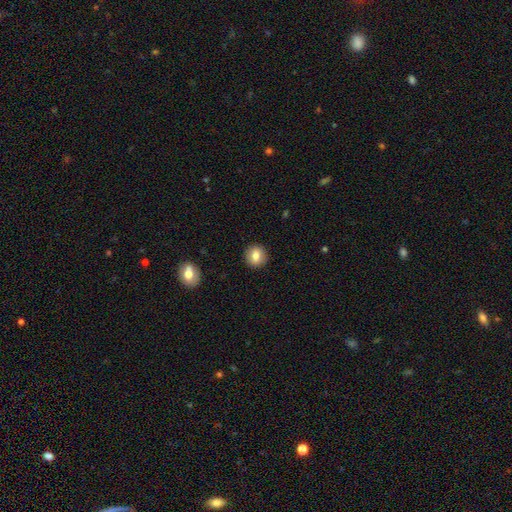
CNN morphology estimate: Smooth or featured? Predicted: smooth (p=0.80). How rounded? Predicted: round (p=0.86). Merging? Predicted: none (p=0.91).